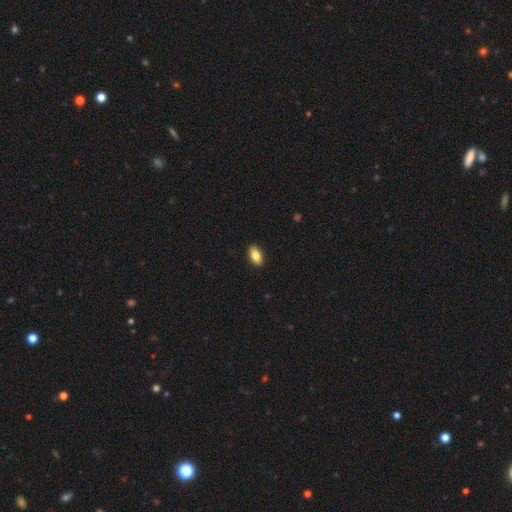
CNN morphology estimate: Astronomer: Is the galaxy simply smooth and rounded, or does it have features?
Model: smooth — 84%.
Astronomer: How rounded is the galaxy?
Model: in between — 91%.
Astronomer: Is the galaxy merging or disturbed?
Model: none — 90%.